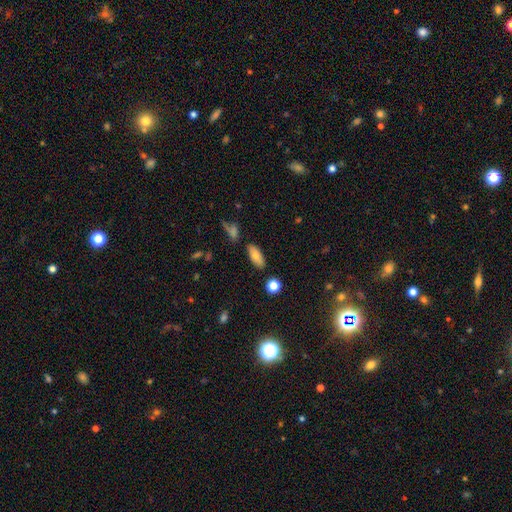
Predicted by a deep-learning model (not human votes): Smooth or featured?
  - smooth: 77% *
  - featured or disk: 15%
  - star or artifact: 8%
How rounded?
  - in between: 84% *
  - cigar-shaped: 13%
  - round: 3%
Merging?
  - none: 83% *
  - minor disturbance: 11%
  - merger: 4%
  - major disturbance: 3%